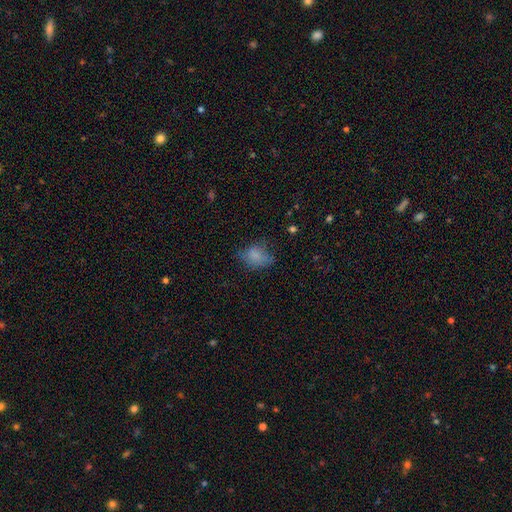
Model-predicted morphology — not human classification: Q: Smooth or featured?
A: smooth (77%); runner-up: star or artifact (13%)
Q: How rounded?
A: in between (67%); runner-up: round (31%)
Q: Merging?
A: none (50%); runner-up: minor disturbance (31%)